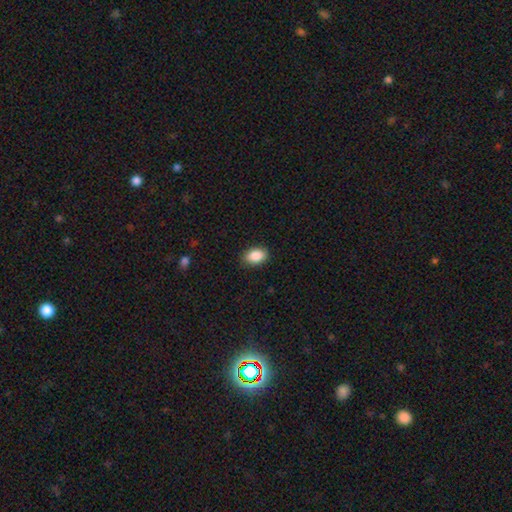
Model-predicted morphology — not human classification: Q: Smooth or featured?
A: smooth (88%); runner-up: star or artifact (8%)
Q: How rounded?
A: in between (87%); runner-up: round (12%)
Q: Merging?
A: none (88%); runner-up: minor disturbance (9%)